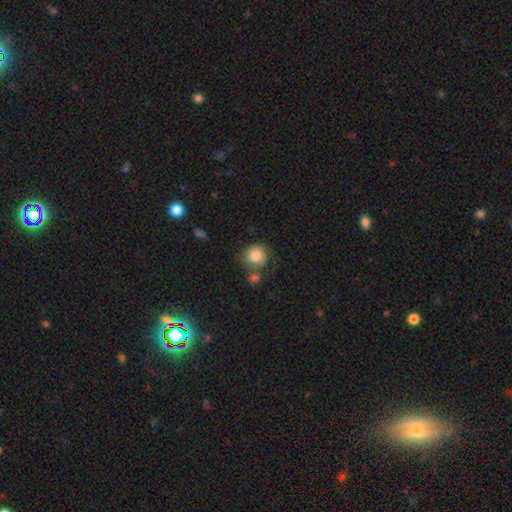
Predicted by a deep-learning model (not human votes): Smooth or featured? Predicted: smooth (p=0.79). How rounded? Predicted: round (p=0.84). Merging? Predicted: none (p=0.52).